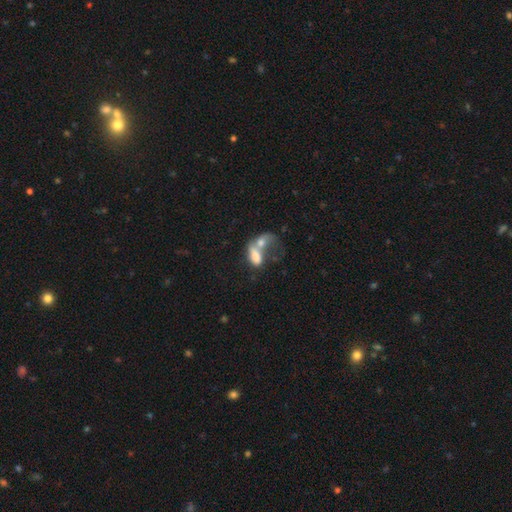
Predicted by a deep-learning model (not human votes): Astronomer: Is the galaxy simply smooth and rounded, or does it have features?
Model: smooth — 65%.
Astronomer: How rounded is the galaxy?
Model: in between — 84%.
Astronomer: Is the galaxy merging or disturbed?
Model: merger — 72%.